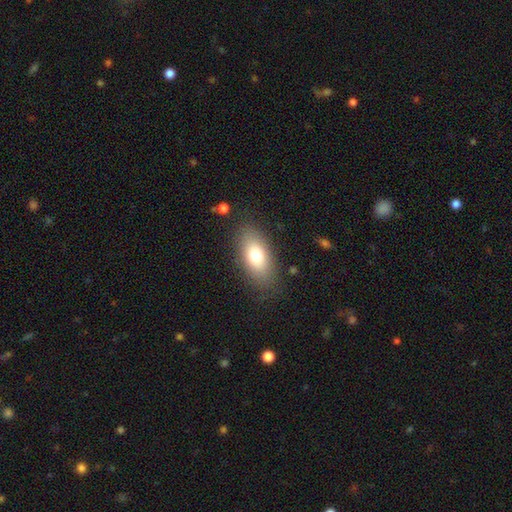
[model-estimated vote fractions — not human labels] smooth-or-featured: smooth: 75% | featured or disk: 17% | star or artifact: 8%
  how-rounded: in between: 88% | cigar-shaped: 7% | round: 5%
  merging: none: 83% | minor disturbance: 11% | major disturbance: 4% | merger: 1%